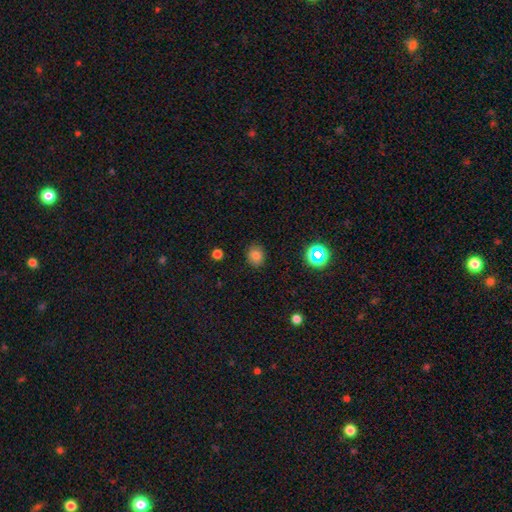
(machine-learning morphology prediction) Smooth or featured?
  - smooth: 78% *
  - star or artifact: 15%
  - featured or disk: 7%
How rounded?
  - round: 73% *
  - in between: 26%
  - cigar-shaped: 1%
Merging?
  - none: 87% *
  - minor disturbance: 9%
  - major disturbance: 3%
  - merger: 1%